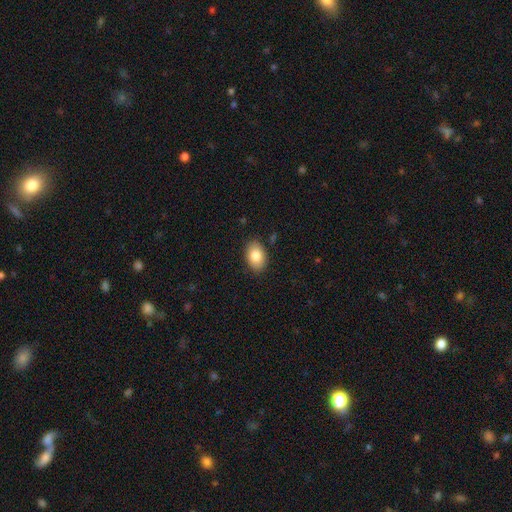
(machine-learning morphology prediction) type=smooth (84%); roundness=in between (86%); merging=none (87%).